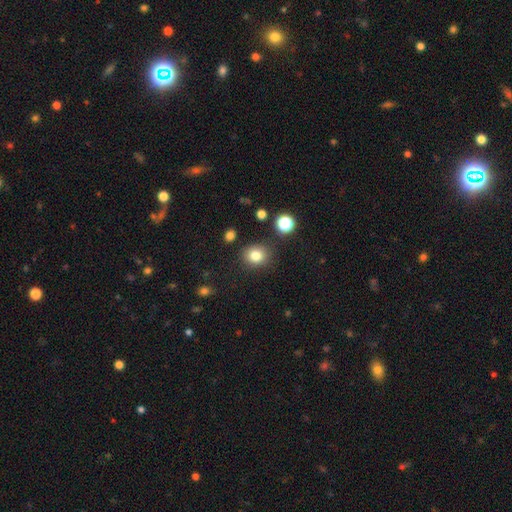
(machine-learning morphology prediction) smooth 81%, star or artifact 12%, featured or disk 7%. Down the decision tree: how rounded — round (75%); merging — none (83%).